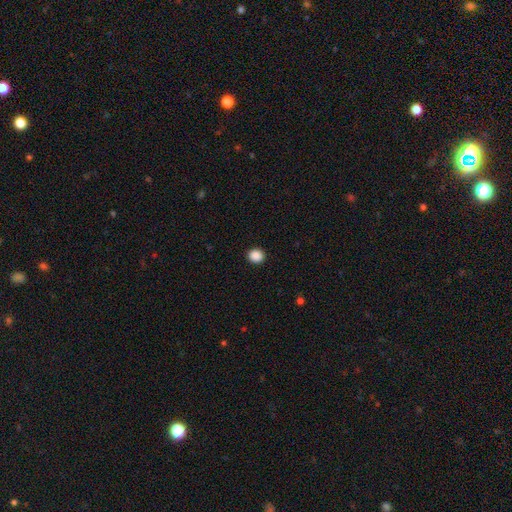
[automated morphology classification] This is clearly a smooth galaxy (89%). How rounded: clearly round (82%). Merging: clearly none (92%).